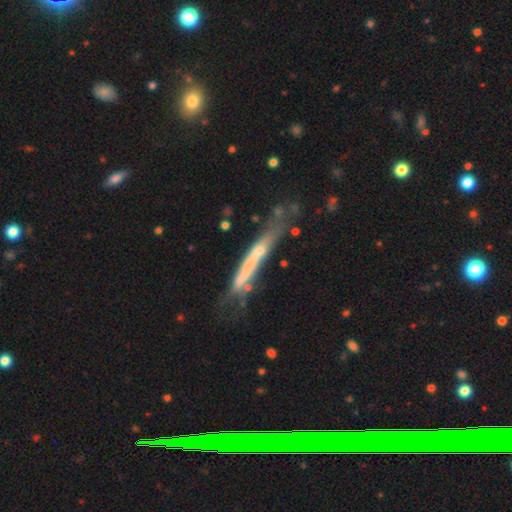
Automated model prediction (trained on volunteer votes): A featured or disk galaxy (52%) viewed edge-on (82%). Merging: none (50%).